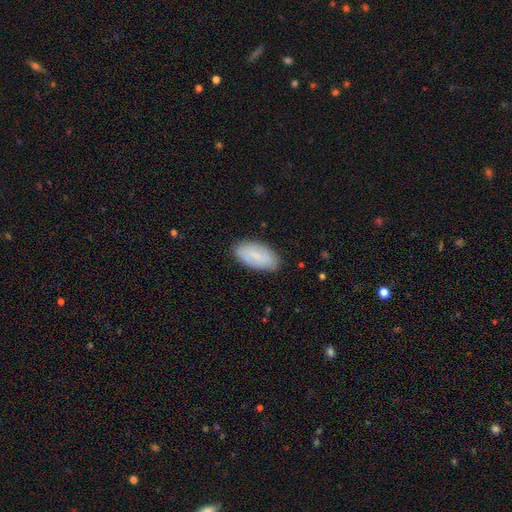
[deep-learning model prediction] smooth-or-featured: smooth: 70% | featured or disk: 24% | star or artifact: 6%
  how-rounded: in between: 93% | cigar-shaped: 5% | round: 2%
  merging: none: 86% | minor disturbance: 11% | major disturbance: 2% | merger: 1%